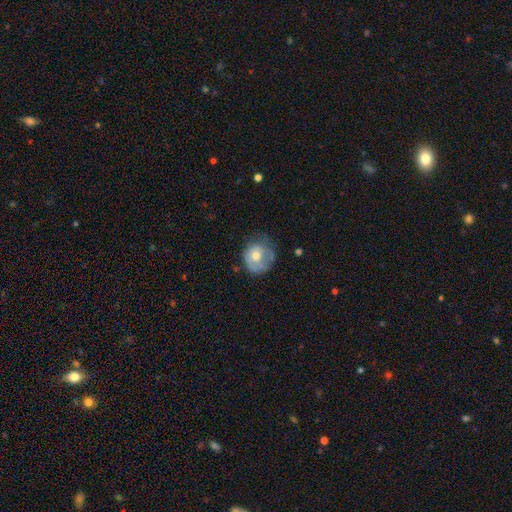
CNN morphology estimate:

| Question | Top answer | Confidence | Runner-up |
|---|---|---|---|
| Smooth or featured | smooth | 57% | featured or disk (36%) |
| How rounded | round | 80% | in between (19%) |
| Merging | none | 52% | minor disturbance (29%) |